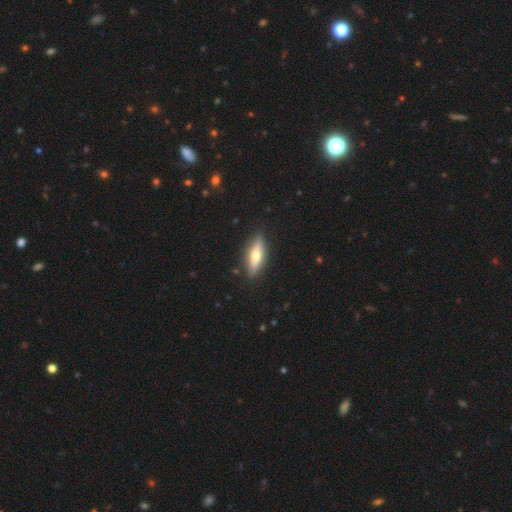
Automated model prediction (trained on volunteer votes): Smooth or featured? Predicted: smooth (p=0.51). How rounded? Predicted: cigar-shaped (p=0.55). Merging? Predicted: none (p=0.88).